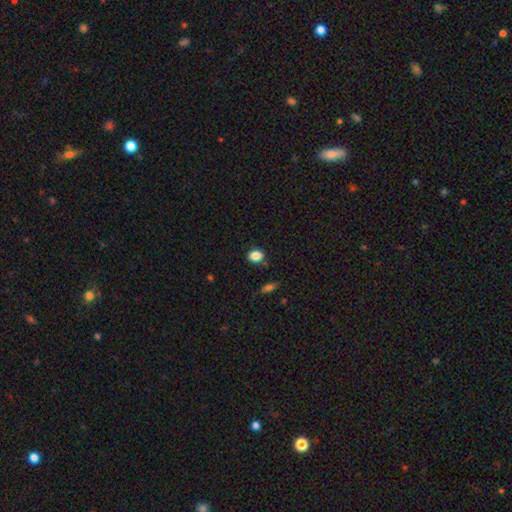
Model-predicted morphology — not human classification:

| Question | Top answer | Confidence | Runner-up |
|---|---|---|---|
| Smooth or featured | smooth | 86% | star or artifact (10%) |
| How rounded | in between | 62% | round (37%) |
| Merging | none | 80% | minor disturbance (13%) |